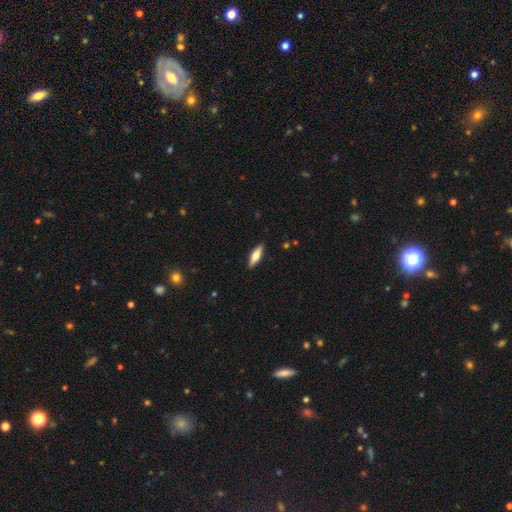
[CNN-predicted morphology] This appears to be a smooth galaxy with no disk features (63%) that is cigar-shaped (51%). Merging: none (89%).